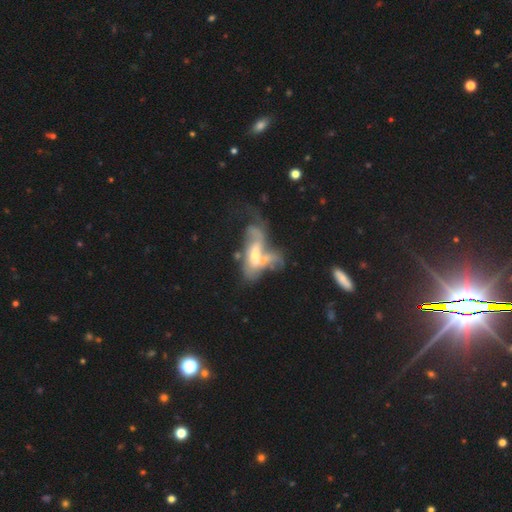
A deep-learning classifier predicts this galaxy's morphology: Overall: featured or disk (62%; smooth 29%). Edge-on disk: no (89%). Bar: no (59%; weak 29%). Spiral arms: no (51%; yes 49%). Bulge size: moderate (49%; small 30%). Merging: merger (53%; major disturbance 27%).